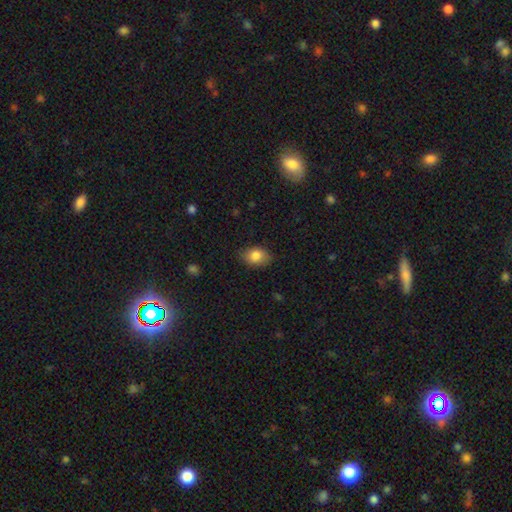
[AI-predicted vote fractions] smooth_or_featured: smooth (p=0.83) [alt: featured or disk p=0.09]
how_rounded: in between (p=0.80) [alt: round p=0.18]
merging: none (p=0.82) [alt: minor disturbance p=0.14]